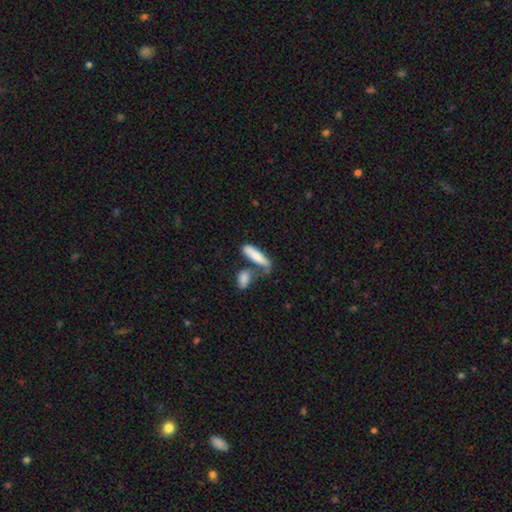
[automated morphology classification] smooth_or_featured: smooth (p=0.77) [alt: featured or disk p=0.17]
how_rounded: cigar-shaped (p=0.62) [alt: in between p=0.36]
merging: none (p=0.43) [alt: merger p=0.31]